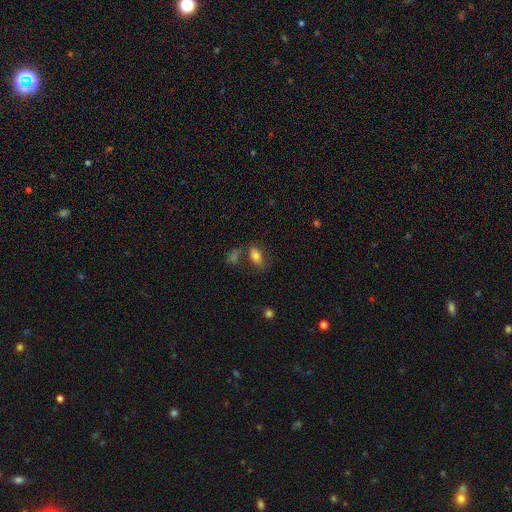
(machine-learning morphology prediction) Smooth or featured? smooth (79%)
How rounded? in between (89%)
Merging? none (60%)